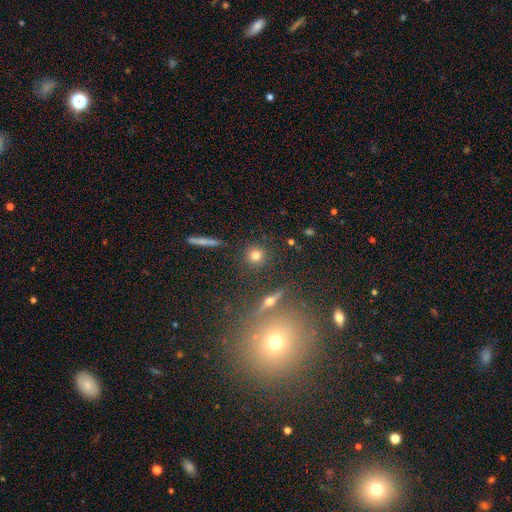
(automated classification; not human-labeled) This is likely a smooth galaxy (77%). How rounded: clearly round (91%). Merging: clearly none (88%).